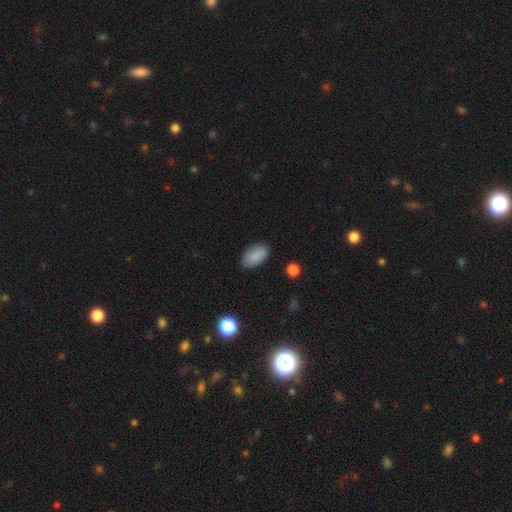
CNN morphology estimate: Smooth or featured: smooth — 88% (star or artifact — 7%)
How rounded: in between — 94% (round — 4%)
Merging: none — 86% (minor disturbance — 10%)